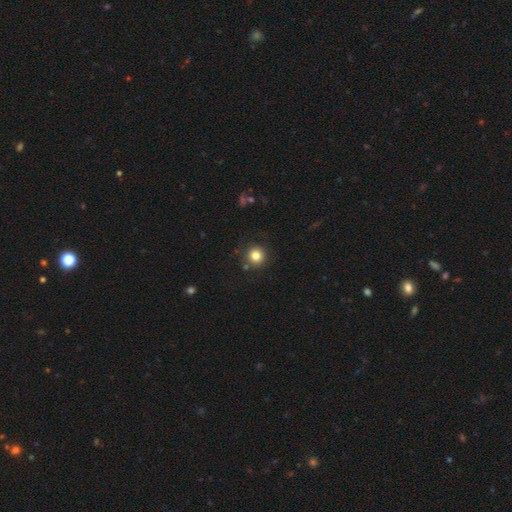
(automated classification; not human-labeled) smooth 82%, star or artifact 12%, featured or disk 6%. Down the decision tree: how rounded — round (94%); merging — none (88%).